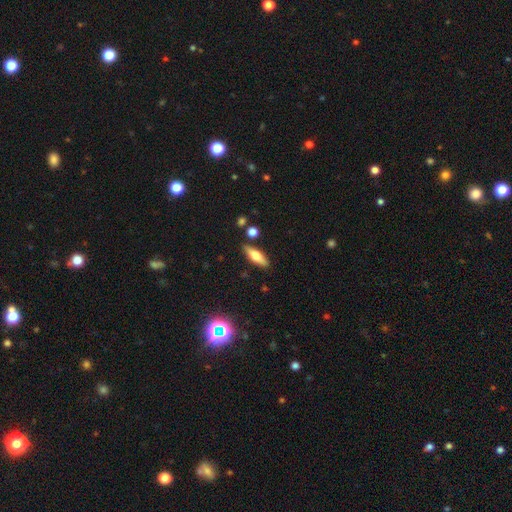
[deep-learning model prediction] smooth-or-featured: smooth: 60% | featured or disk: 32% | star or artifact: 8%
  how-rounded: in between: 52% | cigar-shaped: 45% | round: 3%
  merging: none: 84% | minor disturbance: 10% | merger: 4% | major disturbance: 2%